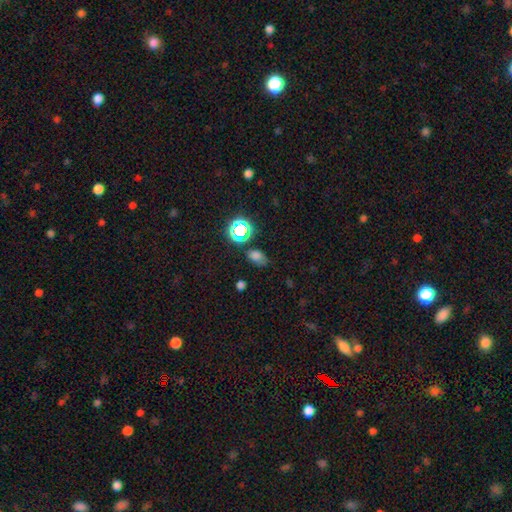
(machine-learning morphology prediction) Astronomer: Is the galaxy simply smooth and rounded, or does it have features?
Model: smooth — 65%.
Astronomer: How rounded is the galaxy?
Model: in between — 73%.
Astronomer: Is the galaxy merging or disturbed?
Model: none — 61%.